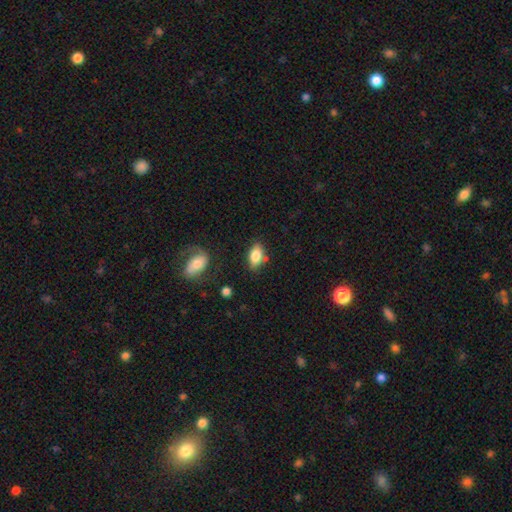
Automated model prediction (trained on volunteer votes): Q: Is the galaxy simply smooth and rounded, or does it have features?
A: smooth — 83%.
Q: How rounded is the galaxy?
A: in between — 90%.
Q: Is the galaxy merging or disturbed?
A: none — 74%.